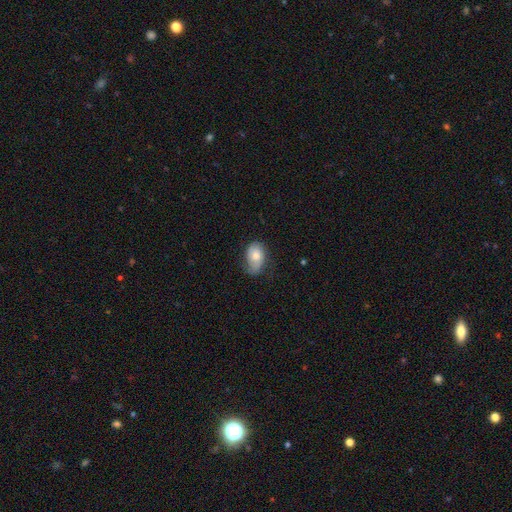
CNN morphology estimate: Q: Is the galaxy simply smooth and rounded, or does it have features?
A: smooth — 65%.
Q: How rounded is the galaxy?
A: in between — 87%.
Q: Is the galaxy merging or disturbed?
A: none — 51%.